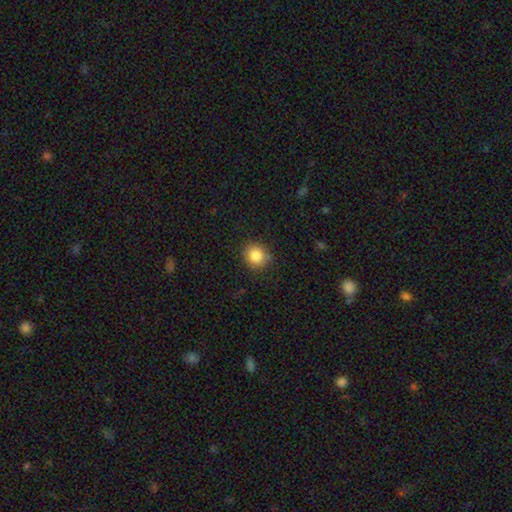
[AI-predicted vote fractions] smooth-or-featured: smooth: 85% | star or artifact: 10% | featured or disk: 6%
  how-rounded: round: 86% | in between: 13% | cigar-shaped: 1%
  merging: none: 86% | minor disturbance: 11% | major disturbance: 2% | merger: 1%